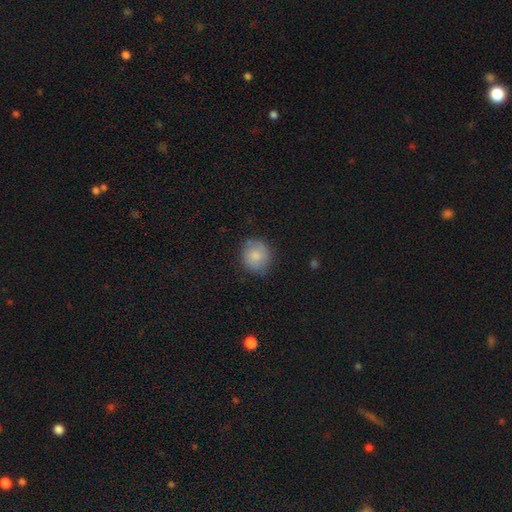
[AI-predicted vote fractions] Morphology: type=smooth (79%); roundness=round (78%); merging=none (76%).